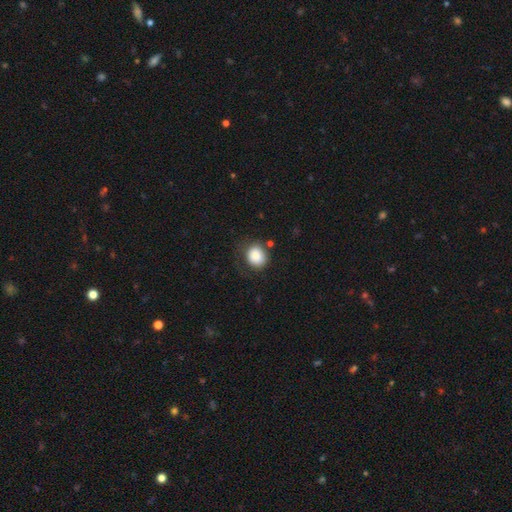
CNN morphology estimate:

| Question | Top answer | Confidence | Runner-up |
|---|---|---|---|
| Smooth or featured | smooth | 86% | star or artifact (8%) |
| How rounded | round | 74% | in between (26%) |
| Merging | none | 69% | minor disturbance (19%) |